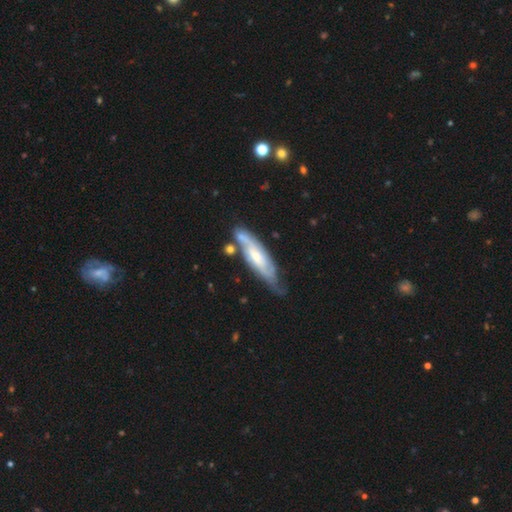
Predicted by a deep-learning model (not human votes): Overall: featured or disk (72%). Edge-on disk: no (71%). Bar: no (54%; weak 36%). Spiral arms: yes (90%). Bulge size: small (48%; moderate 43%). Merging: none (58%; minor disturbance 25%).